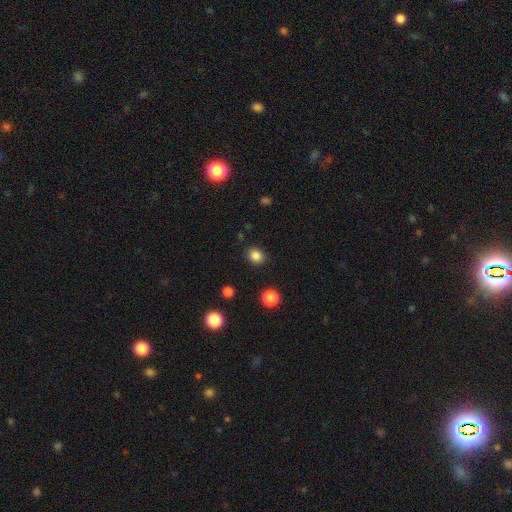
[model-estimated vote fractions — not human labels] This is clearly a smooth galaxy (85%). How rounded: possibly round (59%). Merging: clearly none (88%).